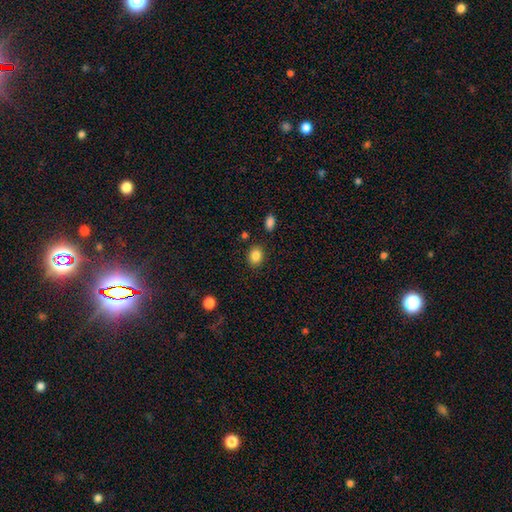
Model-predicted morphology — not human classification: This appears to be a smooth galaxy with no disk features (85%) that is in between round and cigar-shaped (56%). Merging: none (85%).